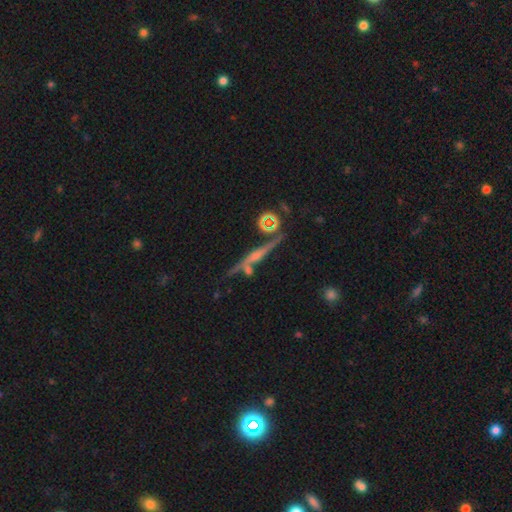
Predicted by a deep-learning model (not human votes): This appears to be a featured or disk galaxy (72%) viewed edge-on (92%) with a rounded central bulge (60%). Merging: none (68%).